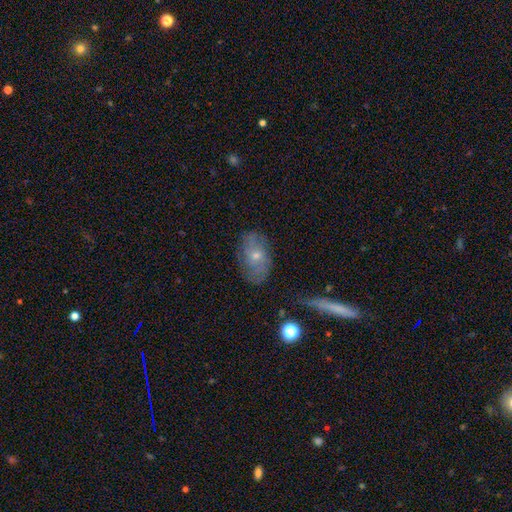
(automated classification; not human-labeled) A featured or disk galaxy (51%).

Vote fractions:
- Smooth or featured? featured or disk: 51% / smooth: 40% / star or artifact: 9%
- Edge-on disk? no: 89% / yes: 11%
- Merging? none: 68% / minor disturbance: 21% / major disturbance: 8% / merger: 2%